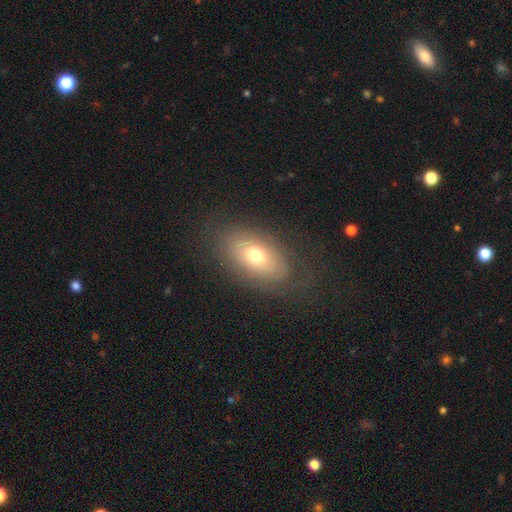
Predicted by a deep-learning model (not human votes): Smooth or featured? Predicted: smooth (p=0.54). How rounded? Predicted: in between (p=0.89). Merging? Predicted: none (p=0.75).